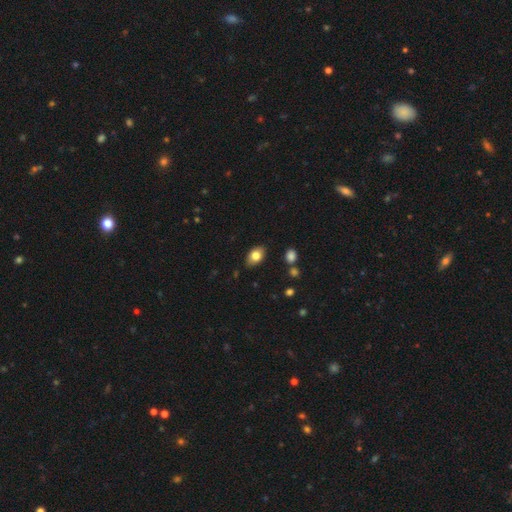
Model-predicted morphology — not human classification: A smooth galaxy with no disk features (81%) that is in between round and cigar-shaped (84%).

Vote fractions:
- Smooth or featured? smooth: 81% / featured or disk: 11% / star or artifact: 8%
- How rounded? in between: 84% / round: 14% / cigar-shaped: 1%
- Merging? none: 84% / minor disturbance: 12% / major disturbance: 2% / merger: 2%